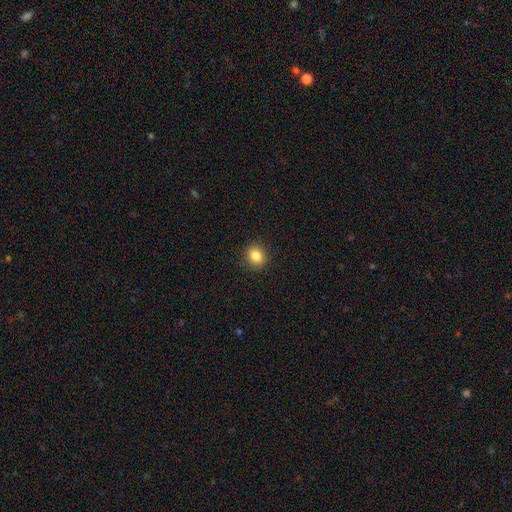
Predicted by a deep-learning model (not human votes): Q: Smooth or featured?
A: smooth (84%); runner-up: star or artifact (10%)
Q: How rounded?
A: round (75%); runner-up: in between (24%)
Q: Merging?
A: none (91%); runner-up: minor disturbance (6%)